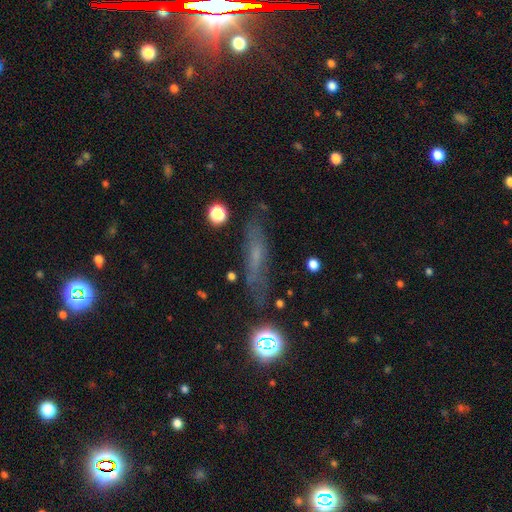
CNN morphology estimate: smooth_or_featured: smooth (p=0.42) [alt: featured or disk p=0.40]
merging: none (p=0.76) [alt: minor disturbance p=0.16]